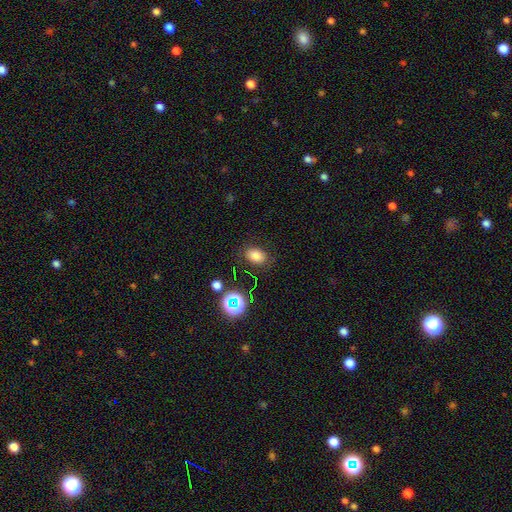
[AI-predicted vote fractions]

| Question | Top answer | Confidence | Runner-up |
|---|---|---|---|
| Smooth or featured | smooth | 76% | star or artifact (16%) |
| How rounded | in between | 75% | round (24%) |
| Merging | none | 82% | minor disturbance (12%) |